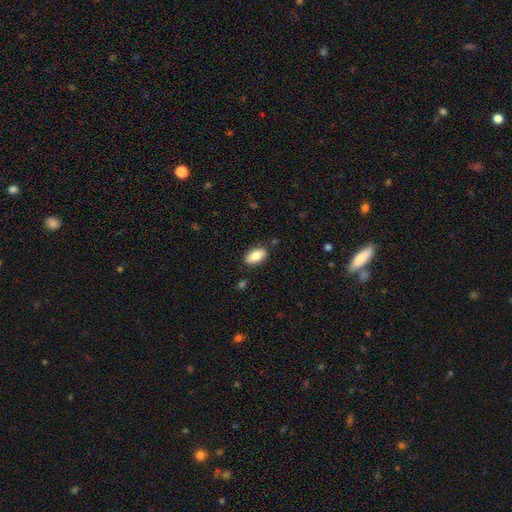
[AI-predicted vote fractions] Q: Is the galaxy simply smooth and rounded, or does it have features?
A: smooth — 80%.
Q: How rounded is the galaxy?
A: in between — 91%.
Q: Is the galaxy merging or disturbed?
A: none — 85%.